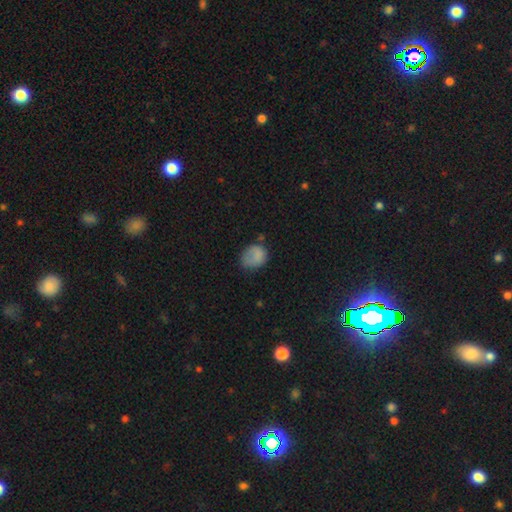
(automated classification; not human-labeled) Smooth or featured? smooth (80%)
How rounded? round (52%)
Merging? none (50%)